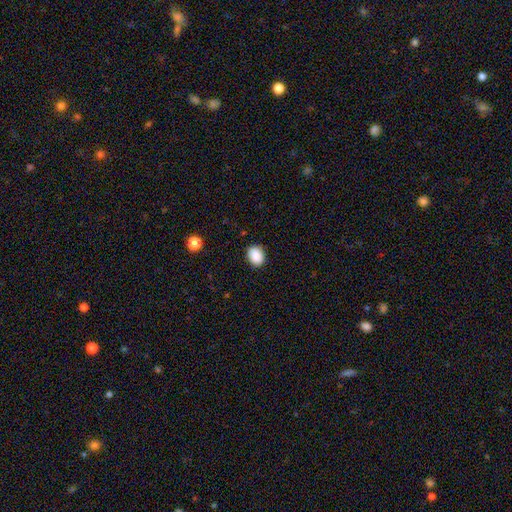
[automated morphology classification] smooth-or-featured: smooth: 89% | star or artifact: 8% | featured or disk: 3%
  how-rounded: in between: 65% | round: 34% | cigar-shaped: 1%
  merging: none: 87% | minor disturbance: 10% | major disturbance: 2% | merger: 1%